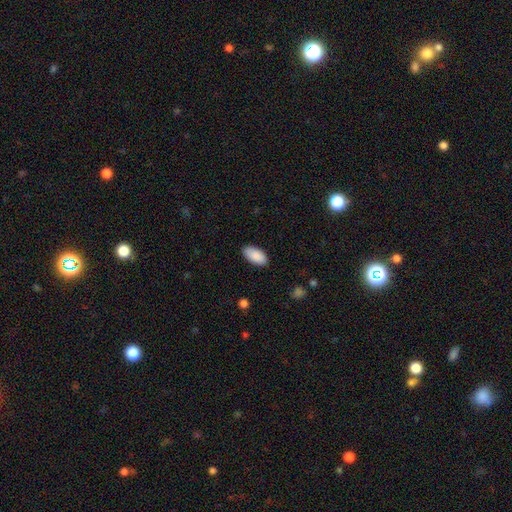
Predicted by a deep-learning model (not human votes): smooth-or-featured: smooth: 90% | star or artifact: 6% | featured or disk: 4%
  how-rounded: in between: 95% | cigar-shaped: 3% | round: 2%
  merging: none: 87% | minor disturbance: 10% | major disturbance: 2% | merger: 1%